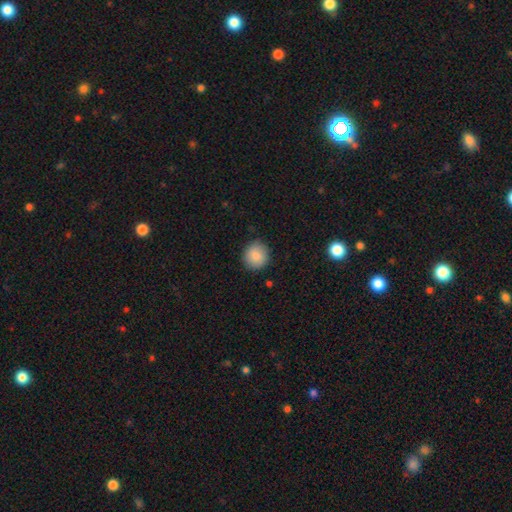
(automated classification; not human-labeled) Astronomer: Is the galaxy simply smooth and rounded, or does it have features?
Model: smooth — 85%.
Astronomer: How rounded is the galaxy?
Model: round — 92%.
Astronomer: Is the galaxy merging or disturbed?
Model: none — 88%.